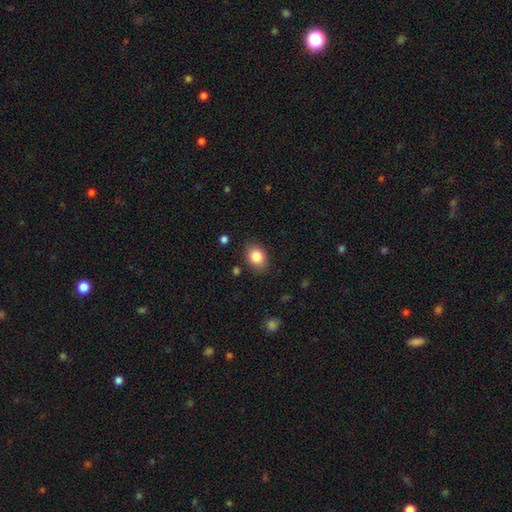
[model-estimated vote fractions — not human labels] Smooth or featured? smooth (85%)
How rounded? in between (64%)
Merging? none (84%)